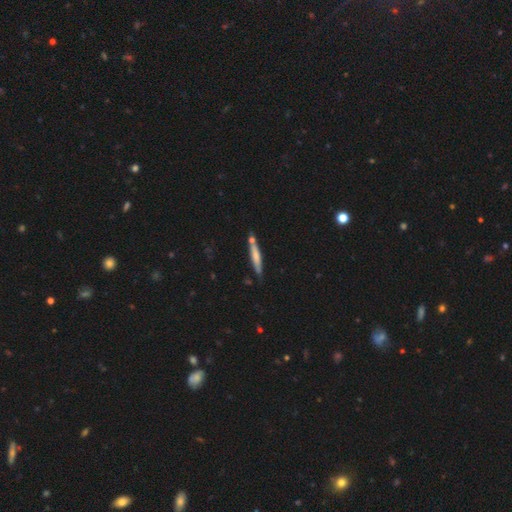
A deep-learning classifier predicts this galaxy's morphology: Smooth or featured? smooth (60%)
How rounded? cigar-shaped (93%)
Merging? none (69%)